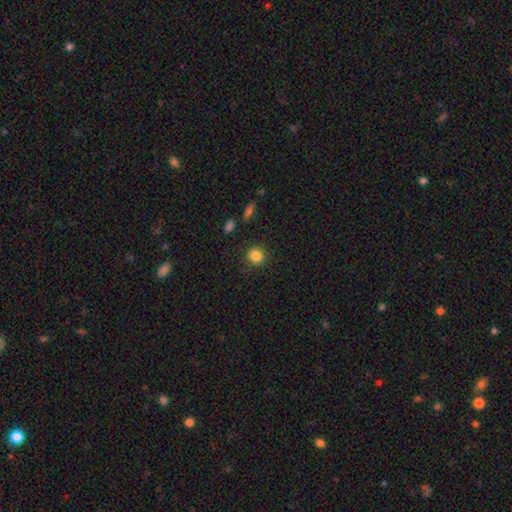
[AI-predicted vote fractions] Smooth or featured? smooth (85%)
How rounded? round (92%)
Merging? none (89%)